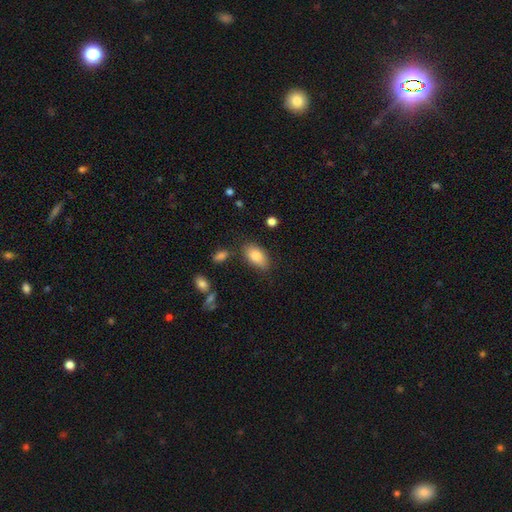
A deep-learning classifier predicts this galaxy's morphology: This appears to be a smooth galaxy with no disk features (85%) that is in between round and cigar-shaped (92%). Merging: none (77%).